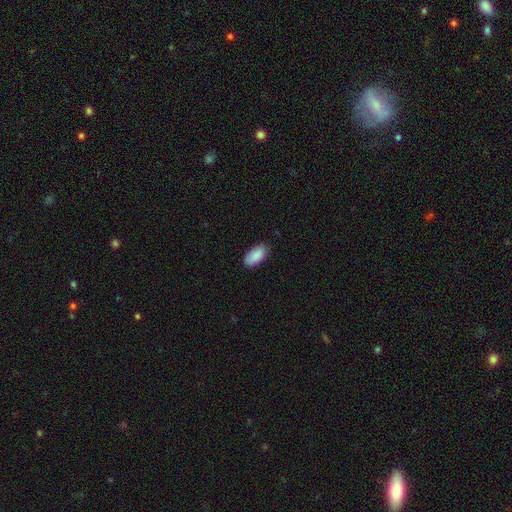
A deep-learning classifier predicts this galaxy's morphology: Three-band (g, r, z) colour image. It shows a smooth galaxy with no disk features (89%) that is in between round and cigar-shaped (93%). Merging: none (81%).